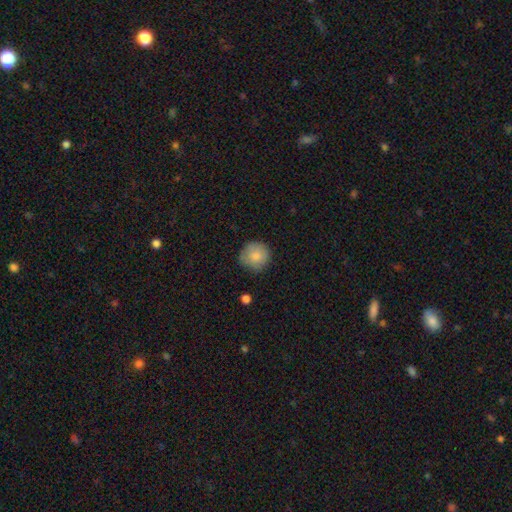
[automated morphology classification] Smooth or featured? smooth (83%)
How rounded? round (93%)
Merging? none (78%)